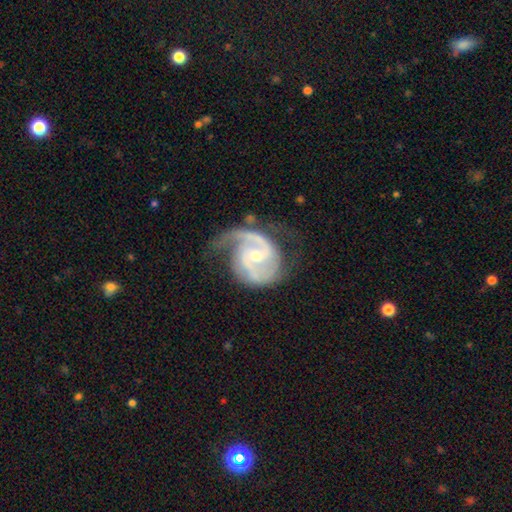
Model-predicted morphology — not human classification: featured or disk 91%, smooth 5%, star or artifact 4%. Down the decision tree: edge-on disk — no (98%); bar — weak (47%); spiral arms — yes (98%); spiral arm count — 2 (77%); spiral winding — medium (52%); bulge size — small (53%); merging — none (54%).